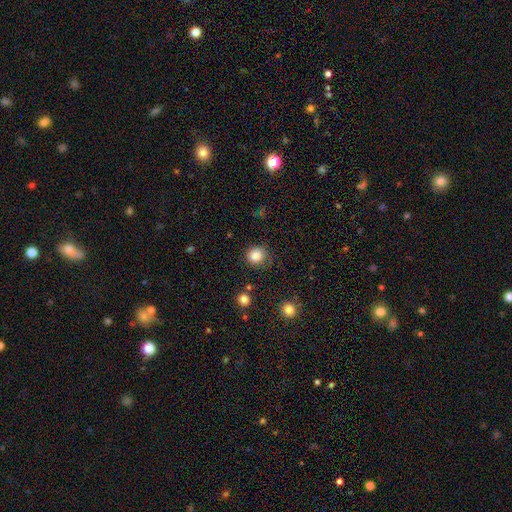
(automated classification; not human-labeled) Smooth or featured: smooth — 85% (star or artifact — 11%)
How rounded: round — 90% (in between — 9%)
Merging: none — 82% (minor disturbance — 12%)